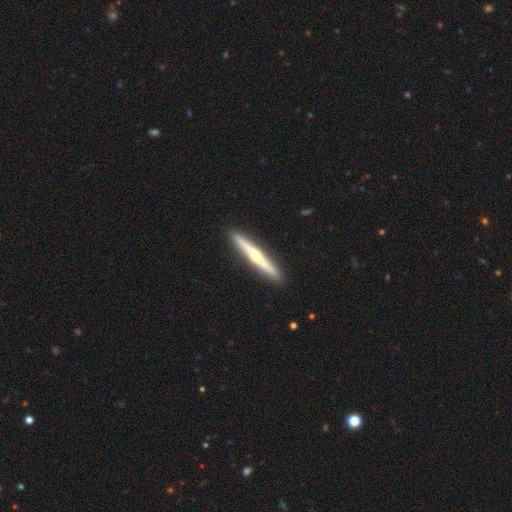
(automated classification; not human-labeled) This is likely a featured or disk galaxy (67%). It is clearly viewed edge-on (98%). Edge-on bulge: clearly rounded (87%). Merging: clearly none (92%).